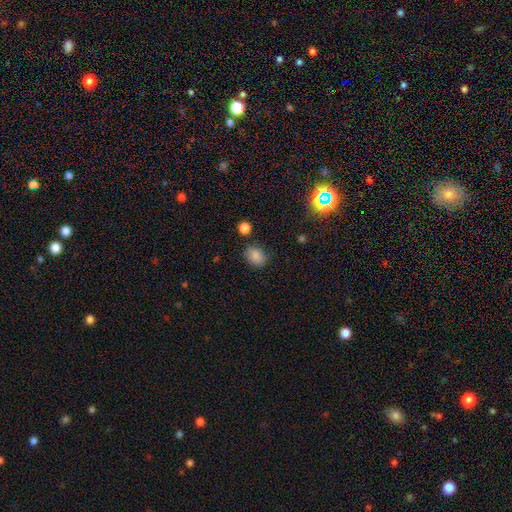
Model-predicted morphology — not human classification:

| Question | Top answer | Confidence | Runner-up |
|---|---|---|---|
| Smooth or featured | smooth | 83% | star or artifact (11%) |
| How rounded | in between | 59% | round (40%) |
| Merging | none | 79% | minor disturbance (14%) |